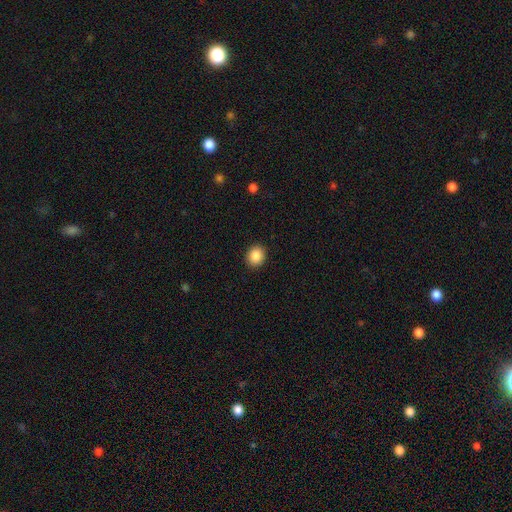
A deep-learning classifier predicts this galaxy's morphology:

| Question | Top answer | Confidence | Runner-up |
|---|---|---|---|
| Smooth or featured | smooth | 88% | star or artifact (9%) |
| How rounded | round | 69% | in between (30%) |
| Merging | none | 91% | minor disturbance (6%) |